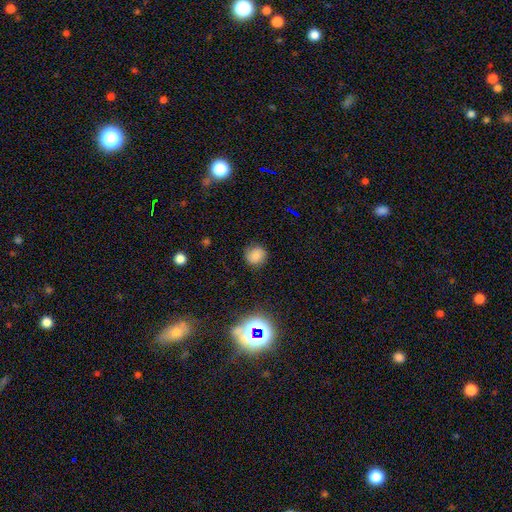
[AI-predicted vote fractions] Smooth or featured: smooth — 76% (star or artifact — 15%)
How rounded: round — 87% (in between — 12%)
Merging: none — 85% (minor disturbance — 11%)